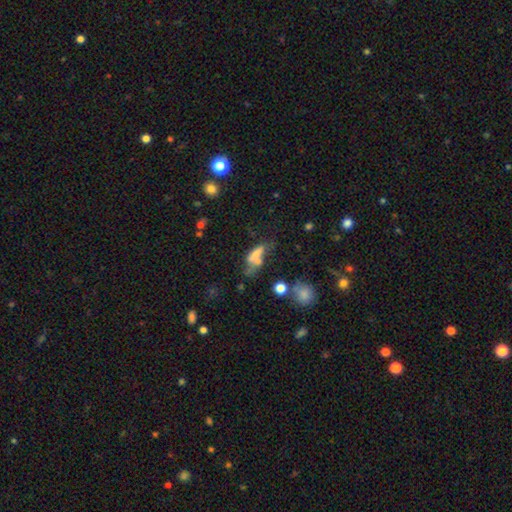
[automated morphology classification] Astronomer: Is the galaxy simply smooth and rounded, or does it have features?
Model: smooth — 53% (runner-up: featured or disk, 33%).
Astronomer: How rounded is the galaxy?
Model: in between — 66%.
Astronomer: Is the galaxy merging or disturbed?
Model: merger — 36% (runner-up: none, 25%).